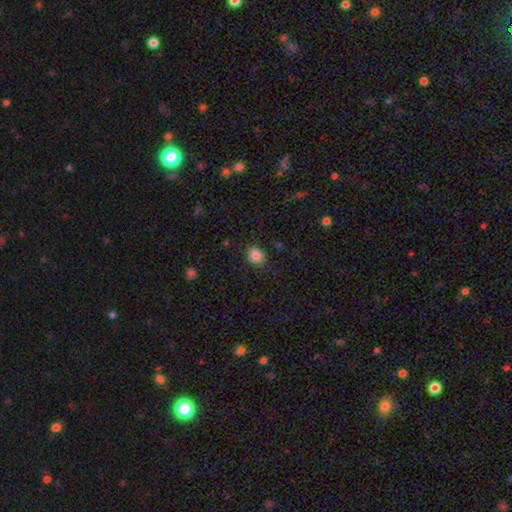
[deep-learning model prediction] Smooth or featured?
  - smooth: 84% *
  - star or artifact: 11%
  - featured or disk: 5%
How rounded?
  - round: 50% *
  - in between: 49%
  - cigar-shaped: 1%
Merging?
  - none: 83% *
  - minor disturbance: 12%
  - major disturbance: 3%
  - merger: 1%